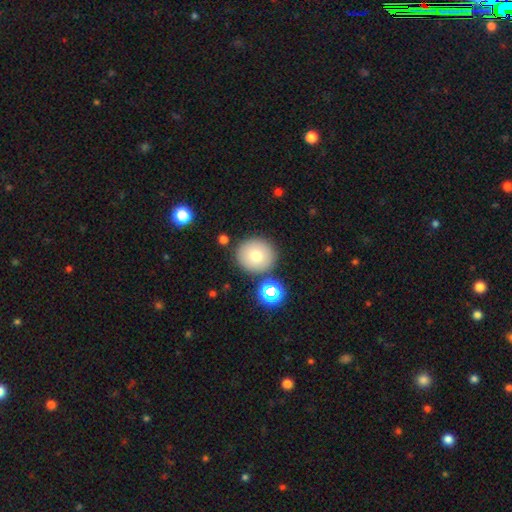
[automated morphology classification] Smooth or featured: smooth — 77% (featured or disk — 12%)
How rounded: round — 88% (in between — 11%)
Merging: none — 83% (minor disturbance — 8%)